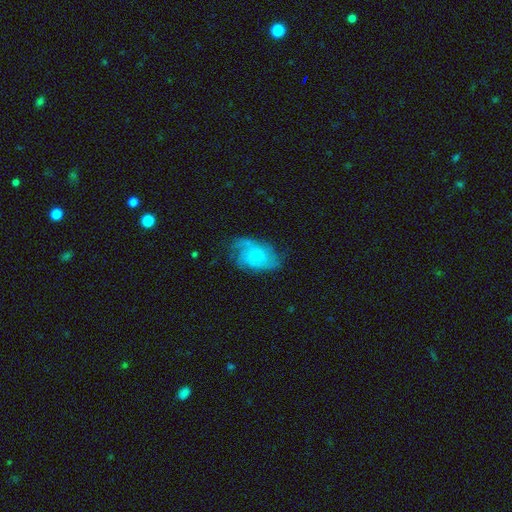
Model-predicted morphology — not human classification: smooth-or-featured: featured or disk: 71% | smooth: 22% | star or artifact: 7%
  disk-edge-on: no: 97% | yes: 3%
    bar: no: 67% | weak: 29% | strong: 4%
    has-spiral-arms: yes: 93% | no: 7%
      spiral-winding: medium: 44% | tight: 39% | loose: 17%
      spiral-arm-count: 2: 35% | 3: 25% | can't tell: 24% | 4: 6% | 1: 6% | more than 4: 4%
    bulge-size: small: 48% | none: 31% | moderate: 16% | large: 3% | dominant: 1%
  merging: none: 63% | minor disturbance: 24% | major disturbance: 12% | merger: 2%